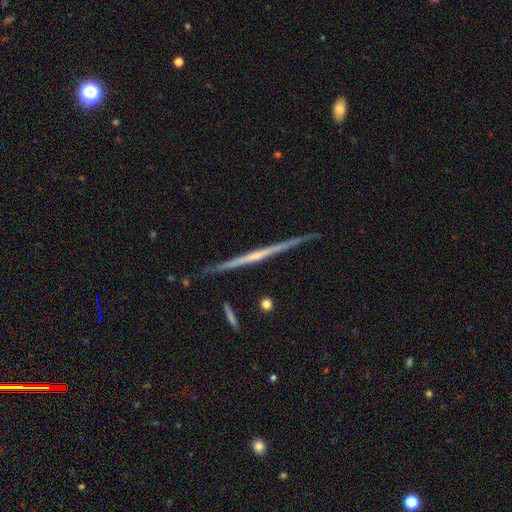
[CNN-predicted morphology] This is clearly a featured or disk galaxy (82%). It is clearly viewed edge-on (98%). Edge-on bulge: possibly none (51%). Merging: clearly none (89%).